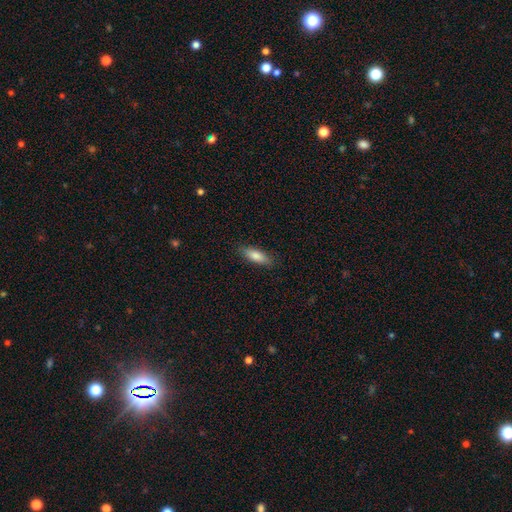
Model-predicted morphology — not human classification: Q: Smooth or featured?
A: smooth (80%); runner-up: featured or disk (13%)
Q: How rounded?
A: in between (55%); runner-up: cigar-shaped (44%)
Q: Merging?
A: none (87%); runner-up: minor disturbance (10%)